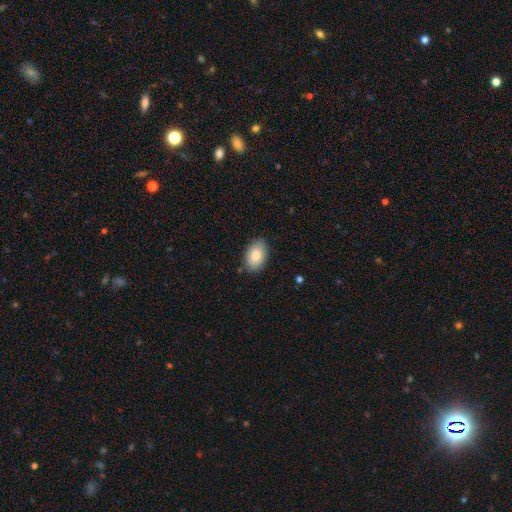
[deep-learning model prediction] A smooth galaxy with no disk features (85%) that is in between round and cigar-shaped (90%).

Vote fractions:
- Smooth or featured? smooth: 85% / featured or disk: 9% / star or artifact: 7%
- How rounded? in between: 90% / round: 9% / cigar-shaped: 1%
- Merging? none: 85% / minor disturbance: 12% / major disturbance: 2% / merger: 1%